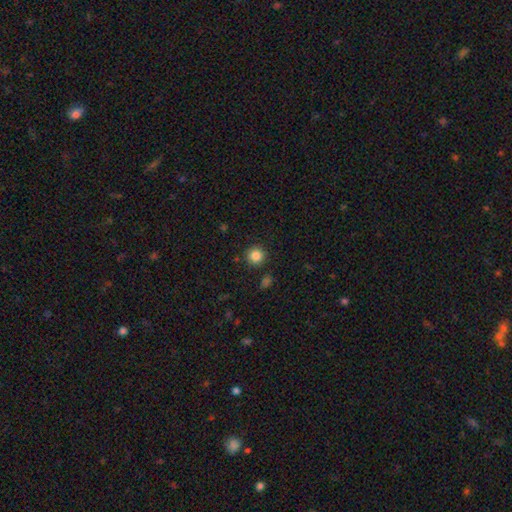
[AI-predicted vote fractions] This is clearly a smooth galaxy (85%). How rounded: clearly round (94%). Merging: clearly none (89%).